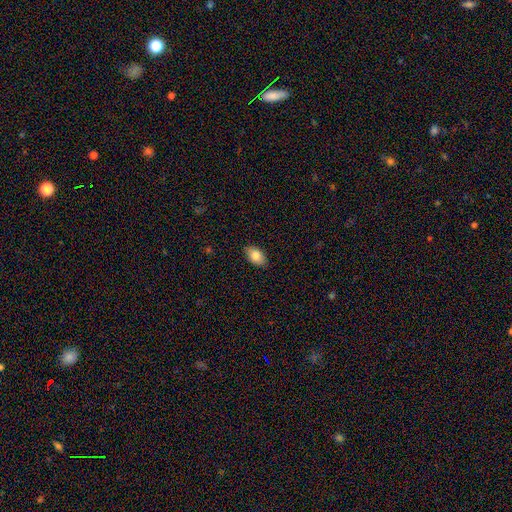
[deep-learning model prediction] This appears to be a smooth galaxy with no disk features (84%) that is in between round and cigar-shaped (90%). Merging: none (87%).